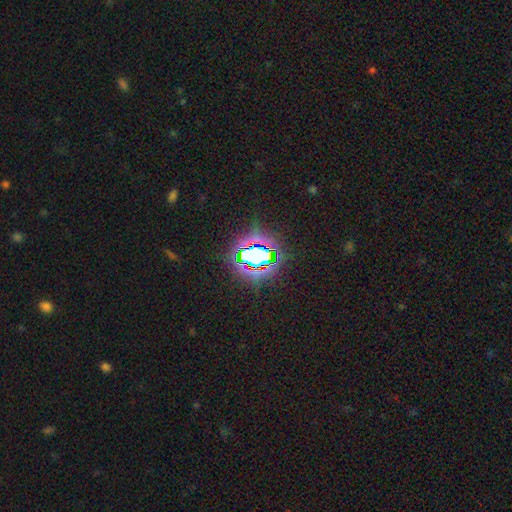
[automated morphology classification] star or artifact 68%, smooth 20%, featured or disk 12%.